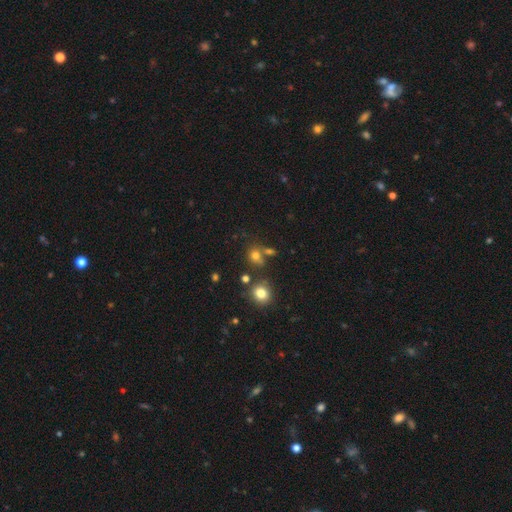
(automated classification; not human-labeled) Smooth or featured?
  - smooth: 73% *
  - star or artifact: 18%
  - featured or disk: 9%
How rounded?
  - round: 65% *
  - in between: 34%
  - cigar-shaped: 1%
Merging?
  - none: 59% *
  - merger: 21%
  - minor disturbance: 13%
  - major disturbance: 6%